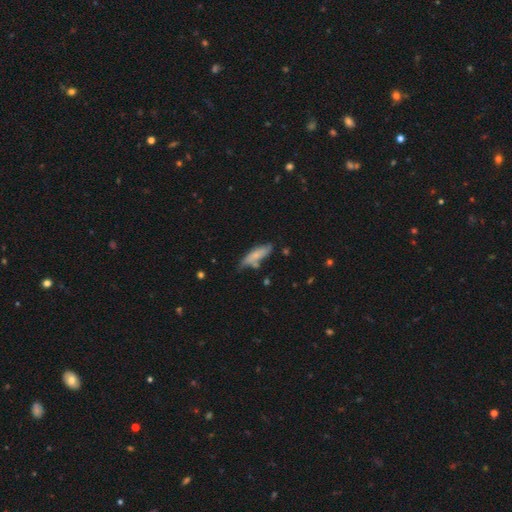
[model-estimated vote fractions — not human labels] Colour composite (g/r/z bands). It shows a smooth galaxy with no disk features (65%) that is cigar-shaped (54%). Merging: none (58%).